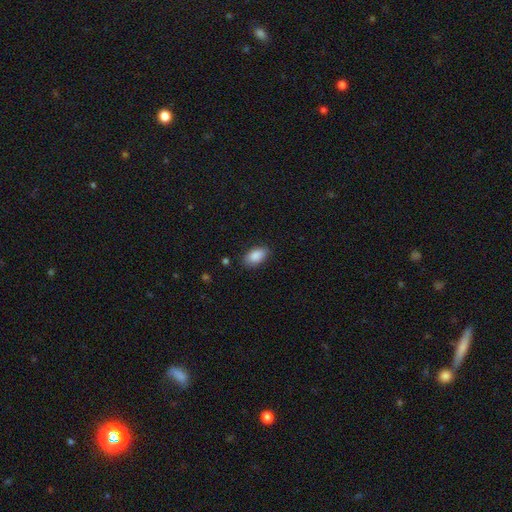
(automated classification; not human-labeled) This appears to be a smooth galaxy with no disk features (89%) that is in between round and cigar-shaped (93%). Merging: none (82%).